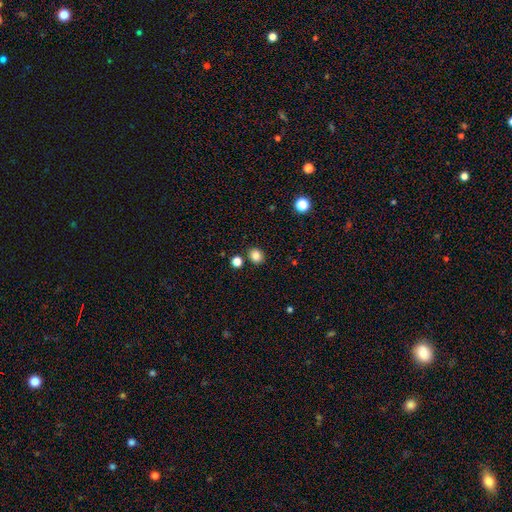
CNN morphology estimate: This appears to be a smooth galaxy with no disk features (83%) that is round (71%). Merging: none (86%).